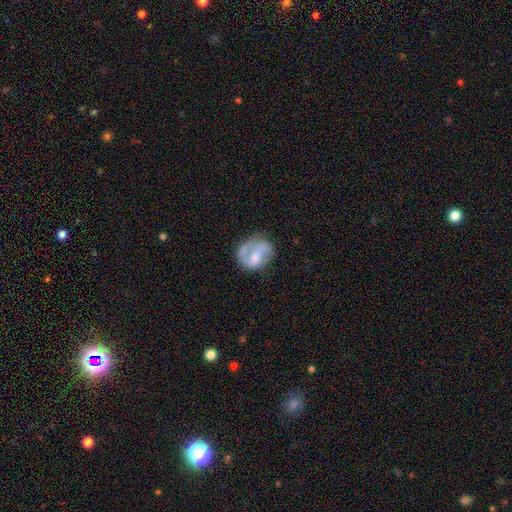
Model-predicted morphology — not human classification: featured or disk 59%, smooth 34%, star or artifact 7%. Down the decision tree: edge-on disk — no (98%); bar — no (44%); spiral arms — yes (72%); bulge size — moderate (35%); merging — none (48%).